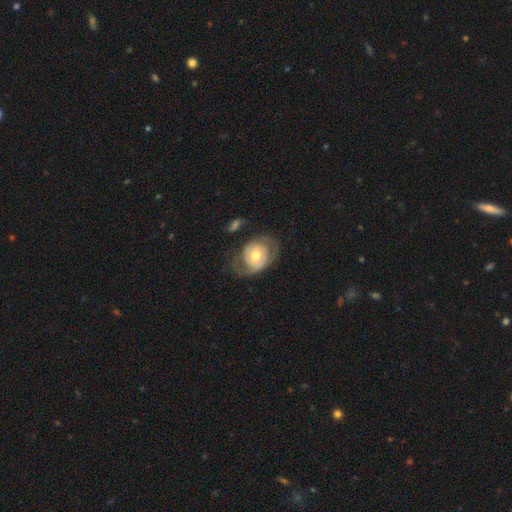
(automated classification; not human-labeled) Smooth or featured: featured or disk — 61% (smooth — 34%)
Edge-on disk: no — 96% (yes — 4%)
Bar: no — 74% (weak — 21%)
Spiral arms: yes — 65% (no — 35%)
Bulge size: moderate — 72% (small — 16%)
Merging: none — 48% (minor disturbance — 25%)